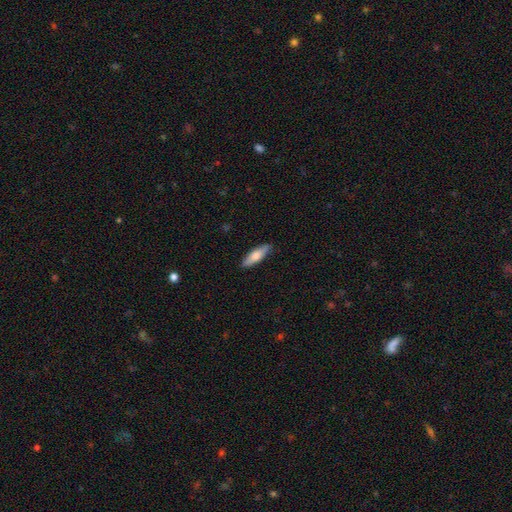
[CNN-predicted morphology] A smooth galaxy with no disk features (71%) that is cigar-shaped (52%). Merging: none (88%).